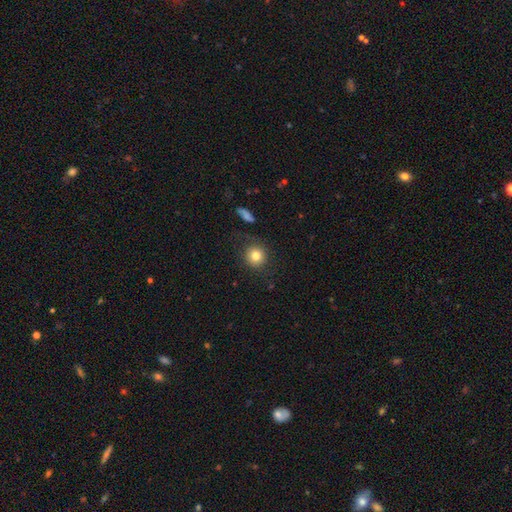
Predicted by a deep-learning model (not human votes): smooth-or-featured: smooth: 79% | star or artifact: 11% | featured or disk: 9%
  how-rounded: round: 92% | in between: 7% | cigar-shaped: 1%
  merging: none: 84% | minor disturbance: 10% | major disturbance: 4% | merger: 2%